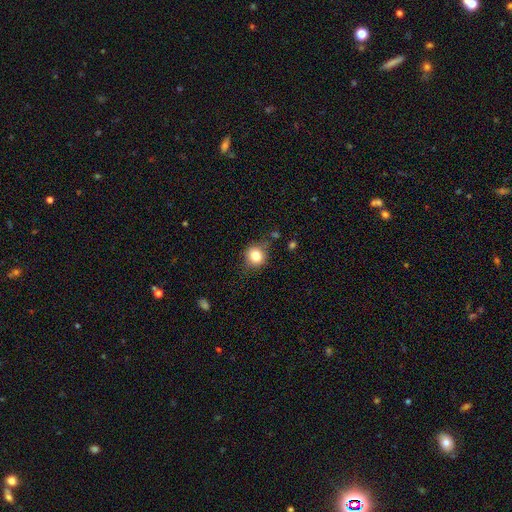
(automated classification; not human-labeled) This appears to be a smooth galaxy with no disk features (83%) that is round (83%). Merging: none (74%).